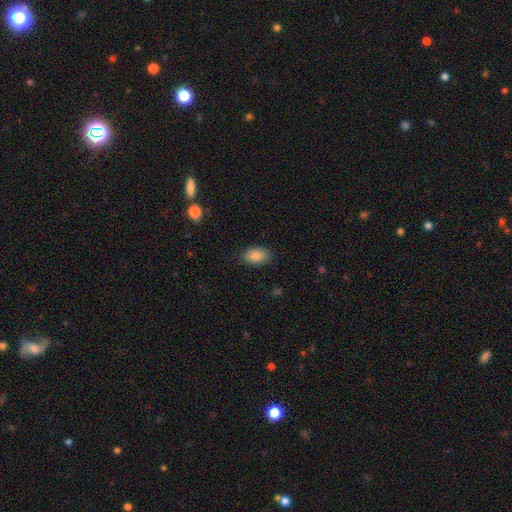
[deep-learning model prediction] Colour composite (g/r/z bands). It shows a smooth galaxy with no disk features (88%) that is in between round and cigar-shaped (92%). Merging: none (84%).